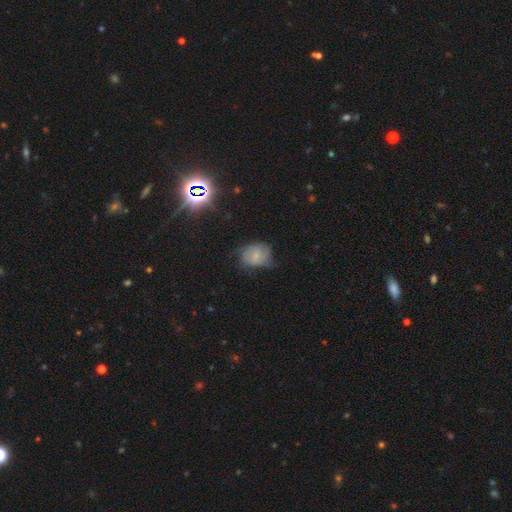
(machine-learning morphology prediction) The model was most divided on "how rounded": in between: 53%, round: 46%, cigar-shaped: 1%. Remaining: smooth or featured — smooth (58%); merging — none (47%).